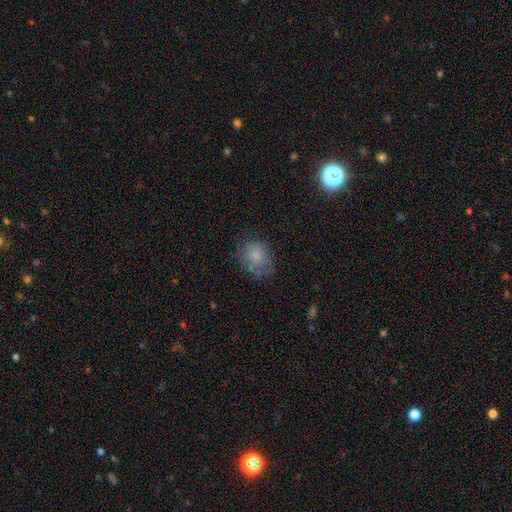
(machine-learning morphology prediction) smooth_or_featured: smooth (p=0.76) [alt: featured or disk p=0.13]
how_rounded: in between (p=0.50) [alt: round p=0.49]
merging: none (p=0.66) [alt: minor disturbance p=0.23]